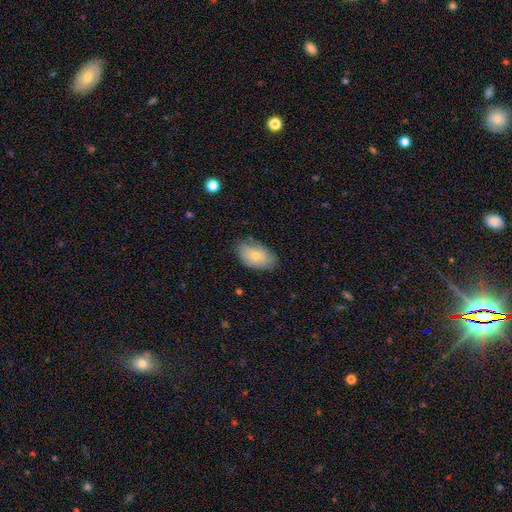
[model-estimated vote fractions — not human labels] This appears to be a smooth galaxy with no disk features (76%) that is in between round and cigar-shaped (92%). Merging: none (76%).